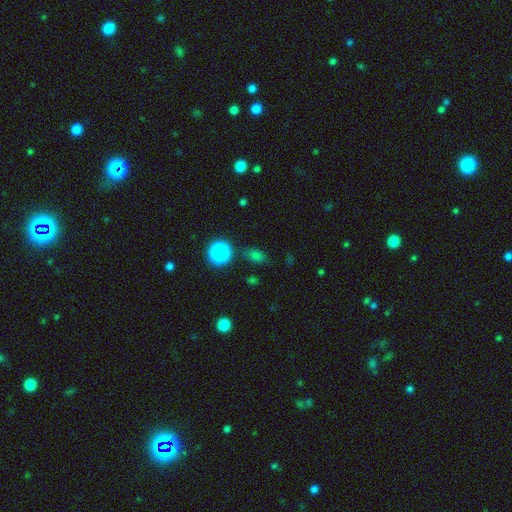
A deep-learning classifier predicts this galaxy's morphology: smooth 56%, star or artifact 36%, featured or disk 7%. Down the decision tree: how rounded — in between (57%); merging — none (79%).